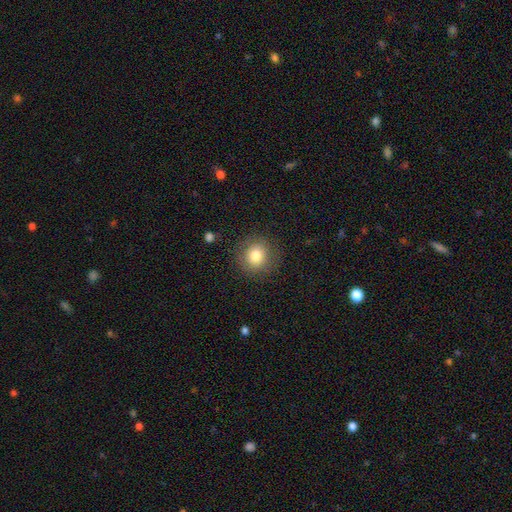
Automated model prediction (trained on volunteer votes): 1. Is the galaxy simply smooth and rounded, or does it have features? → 80% smooth, 10% star or artifact, 10% featured or disk.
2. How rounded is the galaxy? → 88% round, 11% in between, 1% cigar-shaped.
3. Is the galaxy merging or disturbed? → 86% none, 9% minor disturbance, 4% major disturbance, 1% merger.